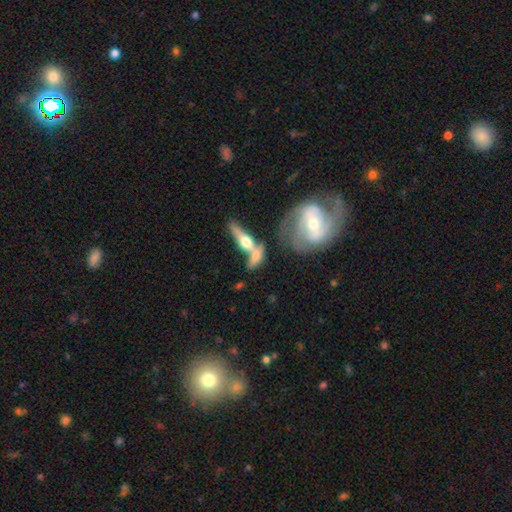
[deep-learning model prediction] A featured or disk galaxy (59%) viewed edge-on (71%).

Vote fractions:
- Smooth or featured? featured or disk: 59% / smooth: 33% / star or artifact: 7%
- Edge-on disk? yes: 71% / no: 29%
- Merging? merger: 49% / none: 30% / minor disturbance: 12% / major disturbance: 9%